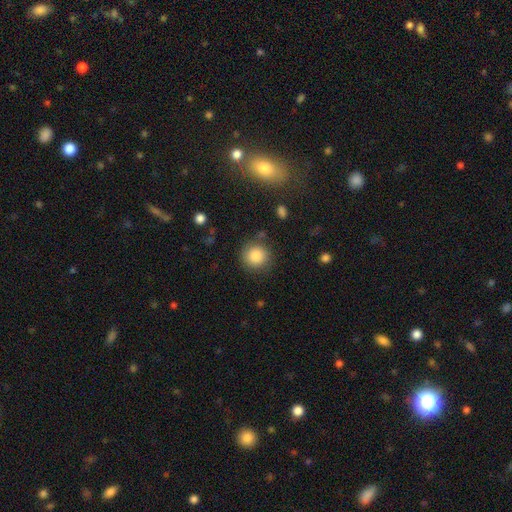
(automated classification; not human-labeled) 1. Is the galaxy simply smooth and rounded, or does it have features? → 85% smooth, 10% star or artifact, 6% featured or disk.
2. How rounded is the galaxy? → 91% round, 8% in between, 1% cigar-shaped.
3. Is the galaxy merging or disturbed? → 84% none, 10% minor disturbance, 3% major disturbance, 2% merger.